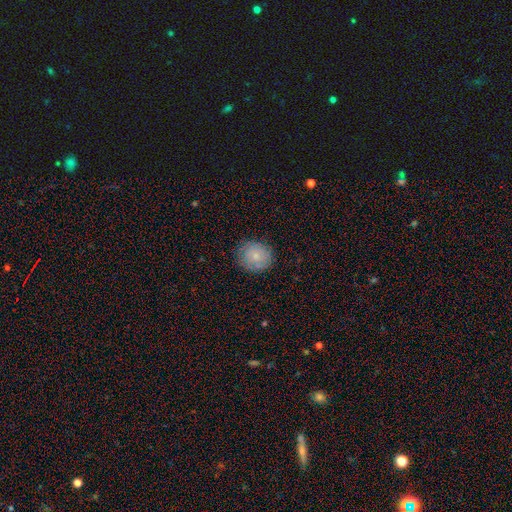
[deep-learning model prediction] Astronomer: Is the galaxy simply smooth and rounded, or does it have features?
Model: smooth — 74%.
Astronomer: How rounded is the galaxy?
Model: round — 76%.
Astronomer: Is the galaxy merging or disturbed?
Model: none — 82%.